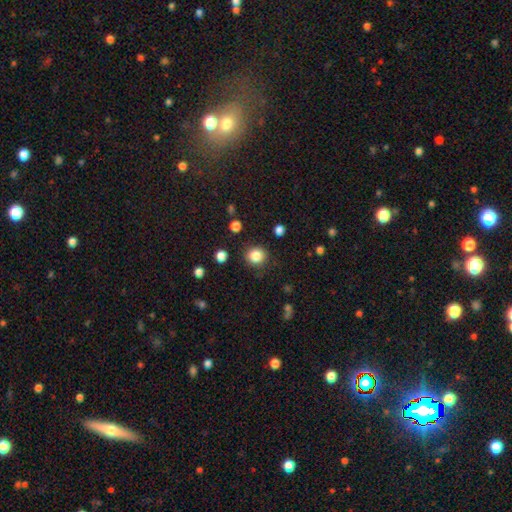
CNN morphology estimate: A smooth galaxy with no disk features (85%) that is round (88%). Merging: none (86%).